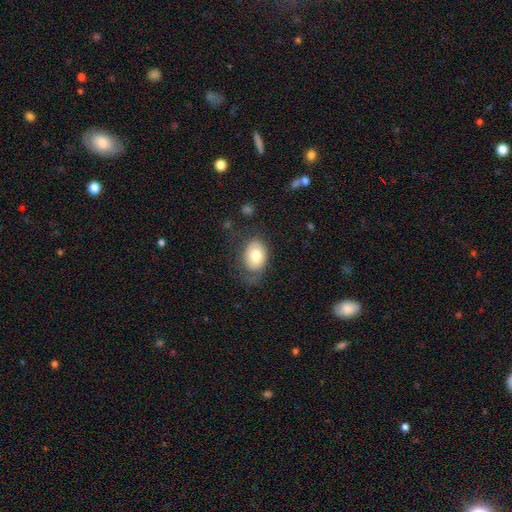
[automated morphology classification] This appears to be a smooth galaxy with no disk features (69%) that is in between round and cigar-shaped (76%). Merging: none (52%).